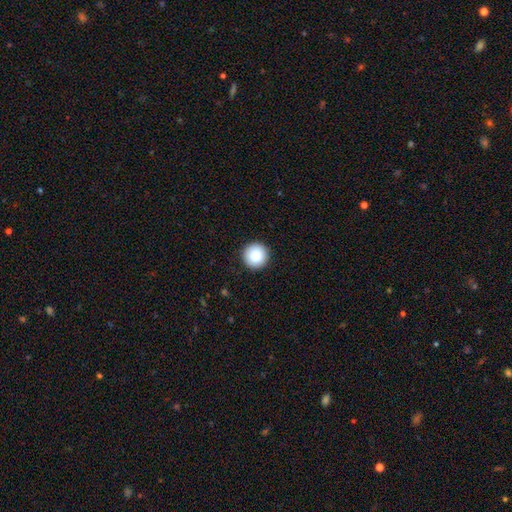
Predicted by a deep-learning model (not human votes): Smooth or featured? Predicted: smooth (p=0.83). How rounded? Predicted: round (p=0.96). Merging? Predicted: none (p=0.93).